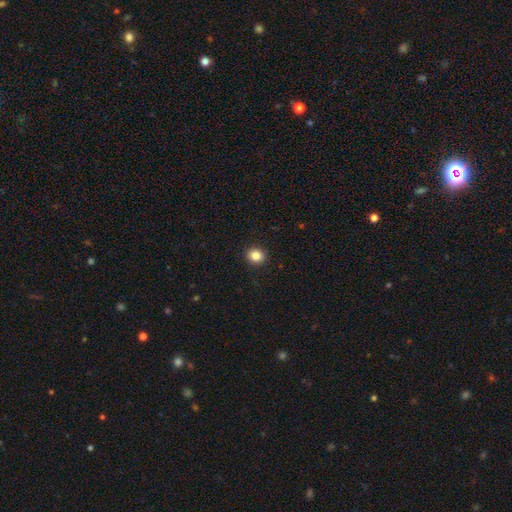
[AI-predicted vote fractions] Q: Smooth or featured?
A: smooth (85%); runner-up: star or artifact (10%)
Q: How rounded?
A: round (80%); runner-up: in between (19%)
Q: Merging?
A: none (92%); runner-up: minor disturbance (5%)